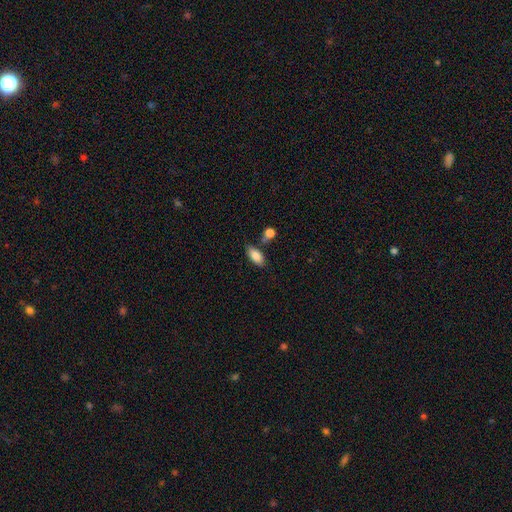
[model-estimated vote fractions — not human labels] Q: Smooth or featured?
A: smooth (85%); runner-up: featured or disk (8%)
Q: How rounded?
A: in between (89%); runner-up: cigar-shaped (8%)
Q: Merging?
A: none (69%); runner-up: minor disturbance (15%)